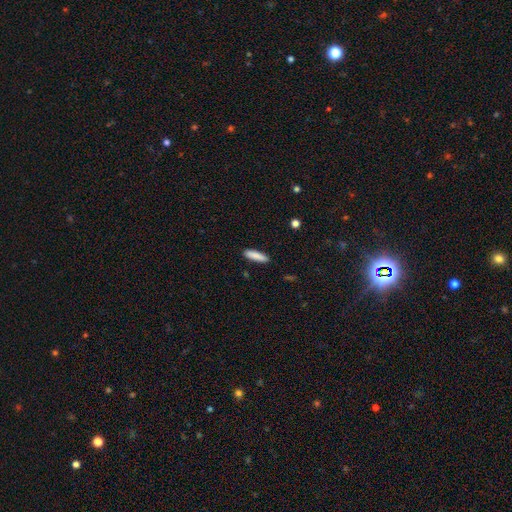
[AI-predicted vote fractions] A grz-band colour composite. It shows a smooth galaxy with no disk features (87%) that is cigar-shaped (75%). Merging: none (89%).